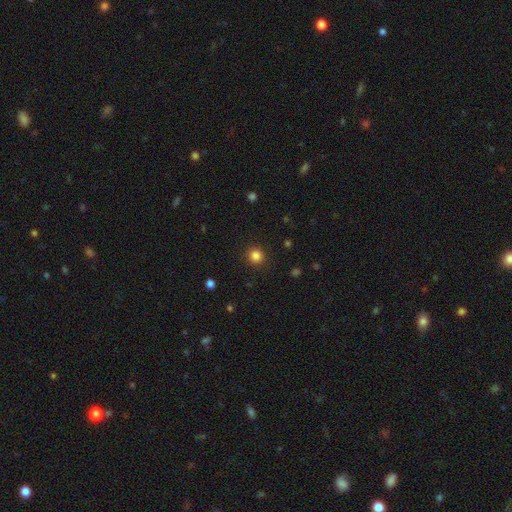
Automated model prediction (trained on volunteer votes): Morphology: type=smooth (83%); roundness=round (94%); merging=none (91%).